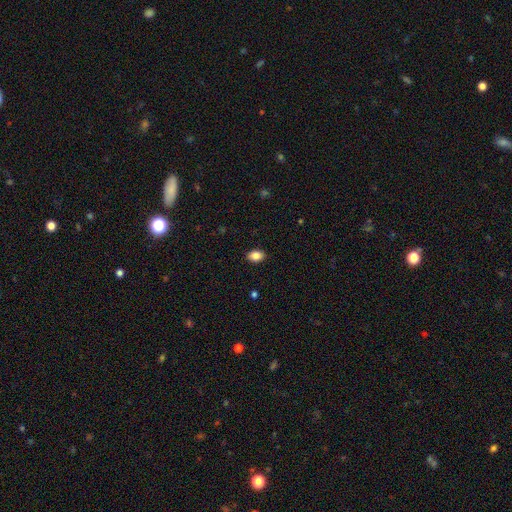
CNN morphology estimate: Q: Smooth or featured?
A: smooth (86%); runner-up: star or artifact (8%)
Q: How rounded?
A: in between (82%); runner-up: round (17%)
Q: Merging?
A: none (89%); runner-up: minor disturbance (8%)